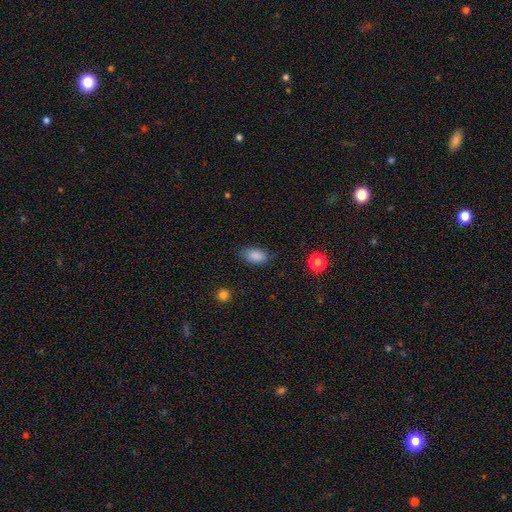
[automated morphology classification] A smooth galaxy with no disk features (87%) that is in between round and cigar-shaped (91%).

Vote fractions:
- Smooth or featured? smooth: 87% / star or artifact: 9% / featured or disk: 4%
- How rounded? in between: 91% / round: 6% / cigar-shaped: 3%
- Merging? none: 80% / minor disturbance: 15% / major disturbance: 4% / merger: 1%